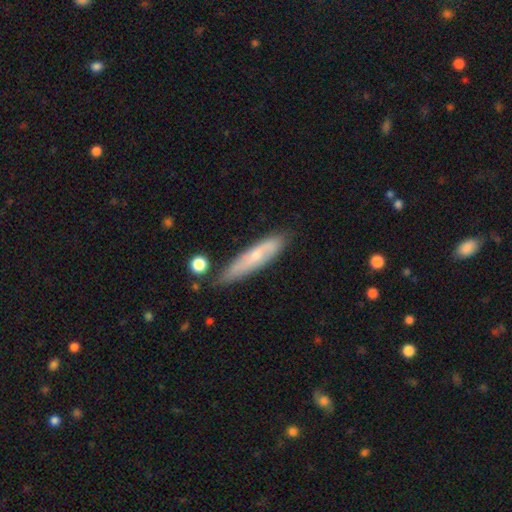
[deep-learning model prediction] A smooth galaxy with no disk features (48%). Merging: none (72%).